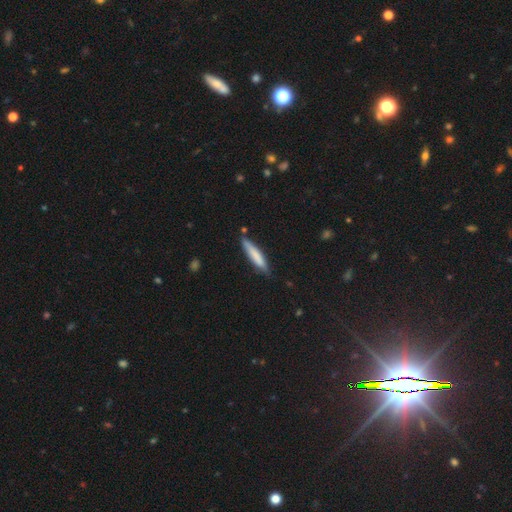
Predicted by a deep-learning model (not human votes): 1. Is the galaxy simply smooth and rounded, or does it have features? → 76% smooth, 19% featured or disk, 5% star or artifact.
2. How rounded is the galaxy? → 89% cigar-shaped, 10% in between, 1% round.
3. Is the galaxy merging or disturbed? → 77% none, 17% minor disturbance, 3% merger, 3% major disturbance.